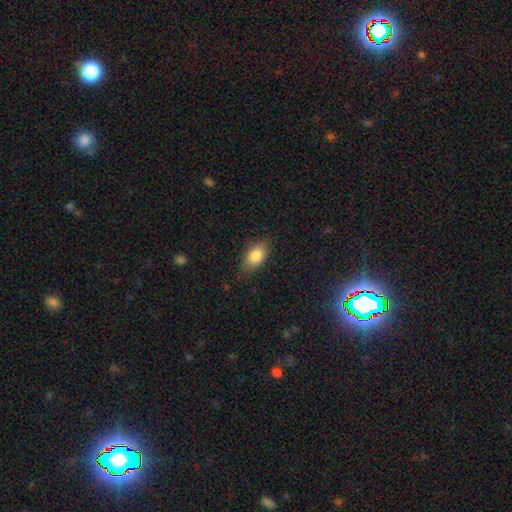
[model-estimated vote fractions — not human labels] Smooth or featured?
  - smooth: 85% *
  - featured or disk: 8%
  - star or artifact: 7%
How rounded?
  - in between: 89% *
  - round: 7%
  - cigar-shaped: 4%
Merging?
  - none: 79% *
  - minor disturbance: 16%
  - major disturbance: 4%
  - merger: 1%